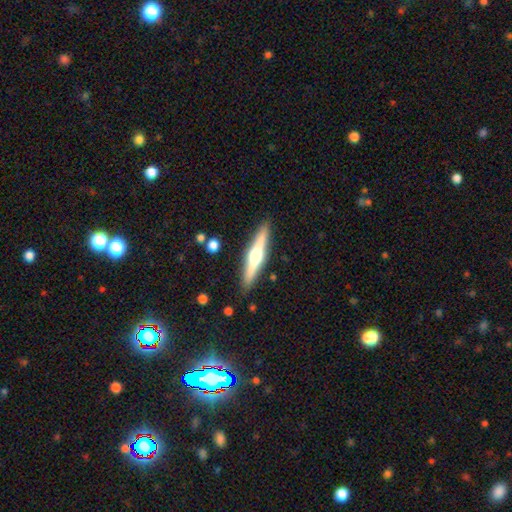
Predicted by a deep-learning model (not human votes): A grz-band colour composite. It shows a featured or disk galaxy (67%) viewed edge-on (97%) with a rounded central bulge (93%). Merging: none (90%).